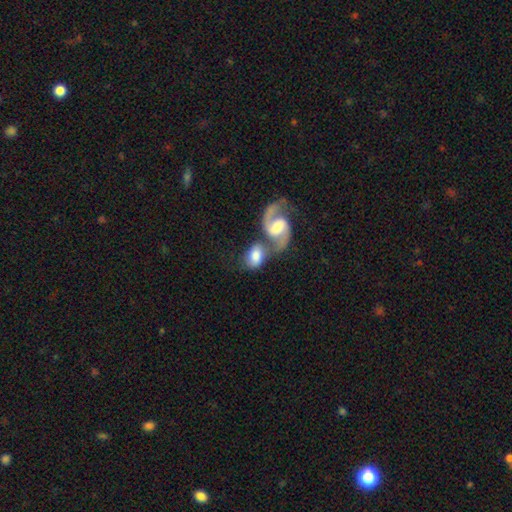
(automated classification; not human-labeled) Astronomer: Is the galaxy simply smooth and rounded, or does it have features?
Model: smooth — 48% (runner-up: featured or disk, 46%).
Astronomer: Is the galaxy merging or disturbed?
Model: merger — 61%.